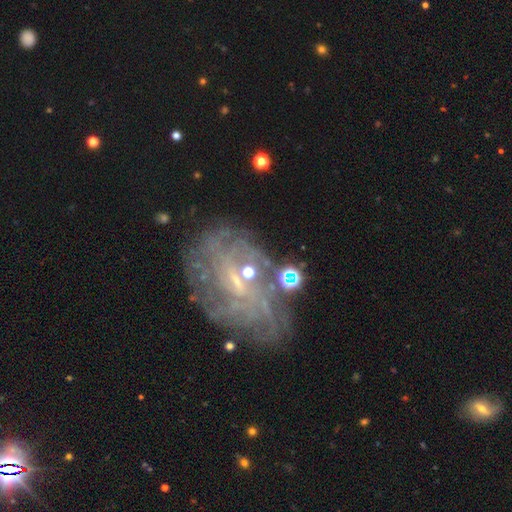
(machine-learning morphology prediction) Smooth or featured: featured or disk — 74% (star or artifact — 14%)
Edge-on disk: no — 96% (yes — 4%)
Bar: weak — 46% (no — 40%)
Spiral arms: yes — 84% (no — 16%)
Spiral winding: tight — 59% (medium — 29%)
Spiral arm count: can't tell — 48% (more than 4 — 12%)
Bulge size: small — 73% (moderate — 18%)
Merging: none — 71% (minor disturbance — 16%)